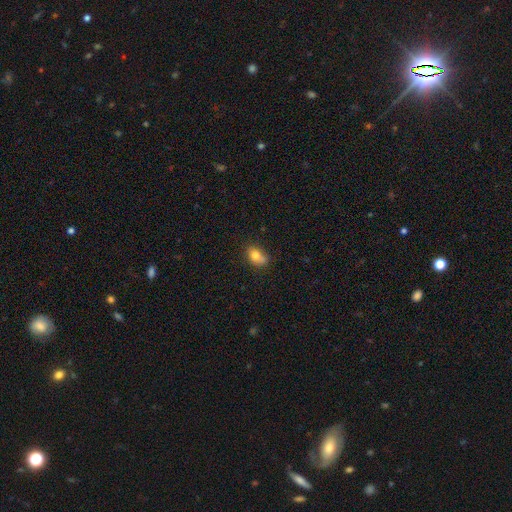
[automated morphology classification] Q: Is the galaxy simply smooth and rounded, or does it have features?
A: smooth — 79%.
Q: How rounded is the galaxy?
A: in between — 77%.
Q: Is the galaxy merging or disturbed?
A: none — 53%.